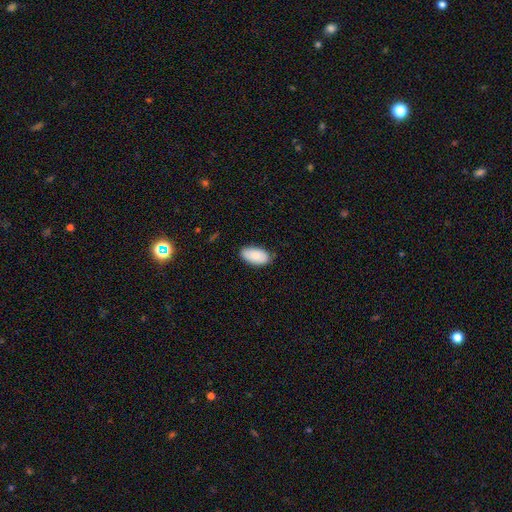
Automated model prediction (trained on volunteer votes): The model was most divided on "merging": none: 77%, minor disturbance: 19%, major disturbance: 3%, merger: 1%. More confident: how rounded — in between (95%); smooth or featured — smooth (84%).